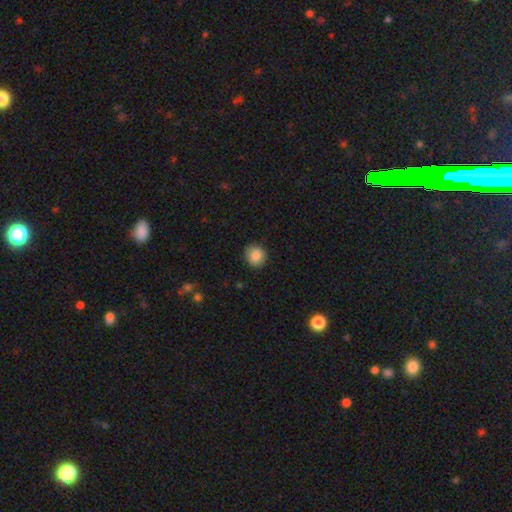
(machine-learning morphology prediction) smooth 84%, star or artifact 9%, featured or disk 7%. Down the decision tree: how rounded — round (84%); merging — none (88%).